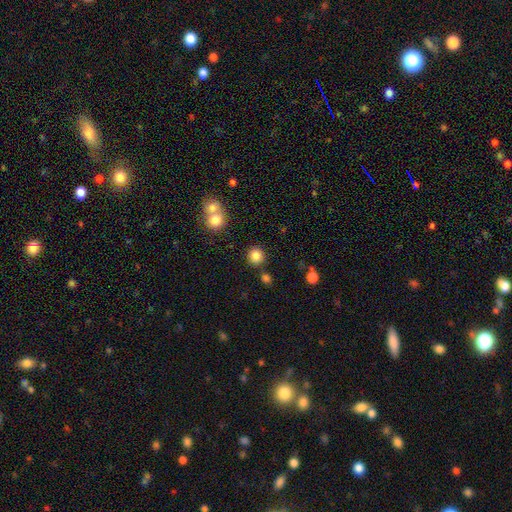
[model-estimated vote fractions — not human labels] Overall: smooth (84%). How rounded: round (93%). Merging: none (85%).